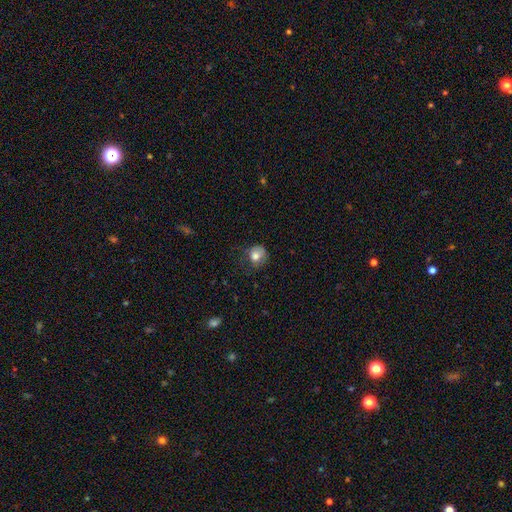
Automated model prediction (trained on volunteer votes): Smooth or featured: smooth — 77% (featured or disk — 14%)
How rounded: round — 71% (in between — 28%)
Merging: none — 48% (minor disturbance — 29%)